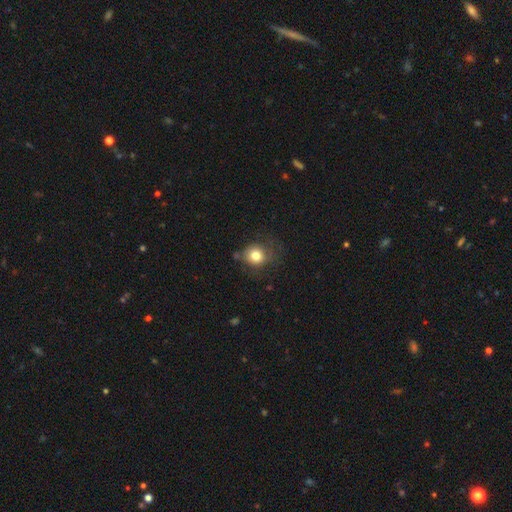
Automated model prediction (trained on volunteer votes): Smooth or featured?
  - smooth: 79% *
  - featured or disk: 11%
  - star or artifact: 11%
How rounded?
  - round: 82% *
  - in between: 17%
  - cigar-shaped: 1%
Merging?
  - none: 64% *
  - minor disturbance: 22%
  - major disturbance: 10%
  - merger: 4%